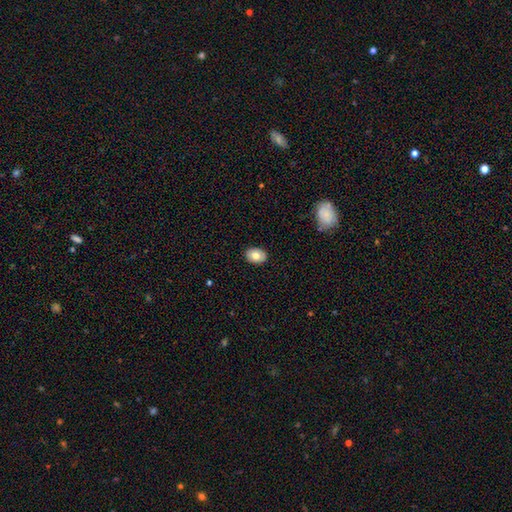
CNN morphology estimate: This is likely a smooth galaxy (77%). How rounded: likely in between (74%). Merging: clearly none (89%).